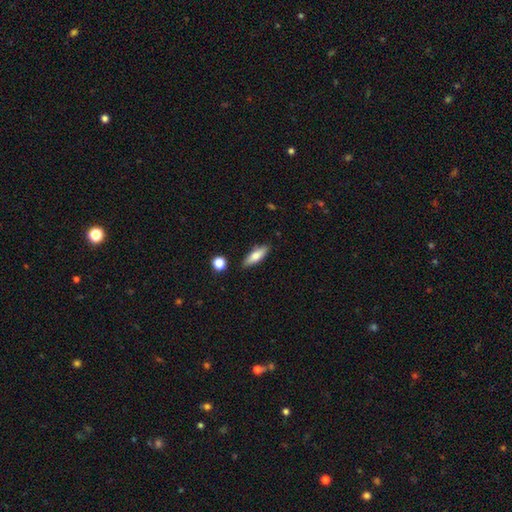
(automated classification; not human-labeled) smooth_or_featured: smooth (p=0.71) [alt: featured or disk p=0.22]
how_rounded: cigar-shaped (p=0.49) [alt: in between p=0.48]
merging: none (p=0.86) [alt: minor disturbance p=0.10]